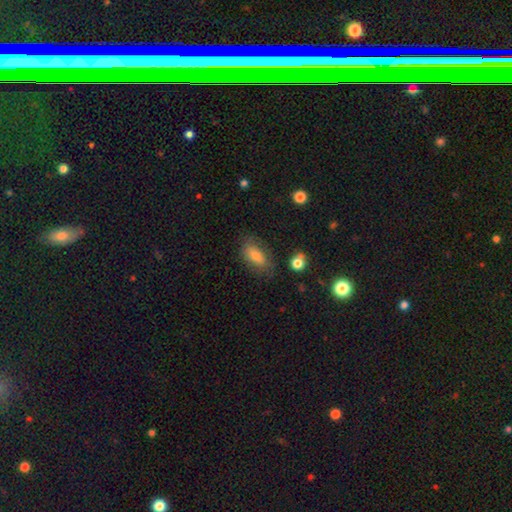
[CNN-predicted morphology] smooth 74%, featured or disk 18%, star or artifact 8%. Down the decision tree: how rounded — in between (86%); merging — none (74%).